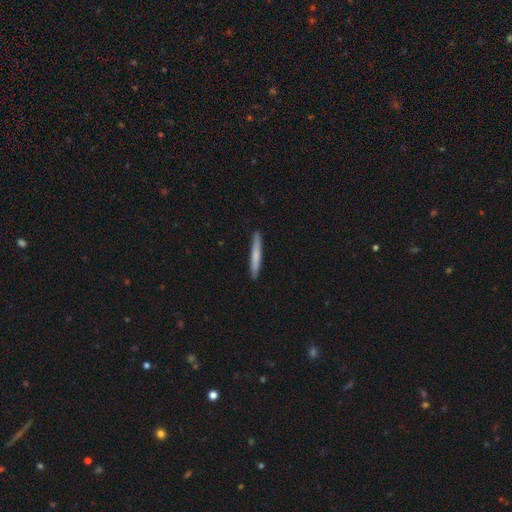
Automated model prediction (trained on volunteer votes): Smooth or featured? Predicted: smooth (p=0.69). How rounded? Predicted: cigar-shaped (p=0.96). Merging? Predicted: none (p=0.91).